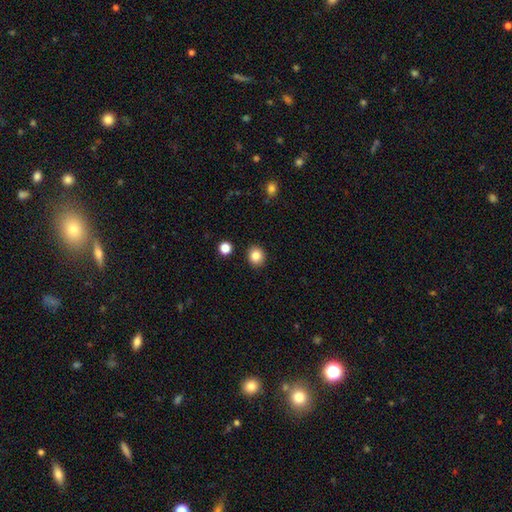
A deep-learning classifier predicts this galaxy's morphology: type=smooth (85%); roundness=round (83%); merging=none (91%).